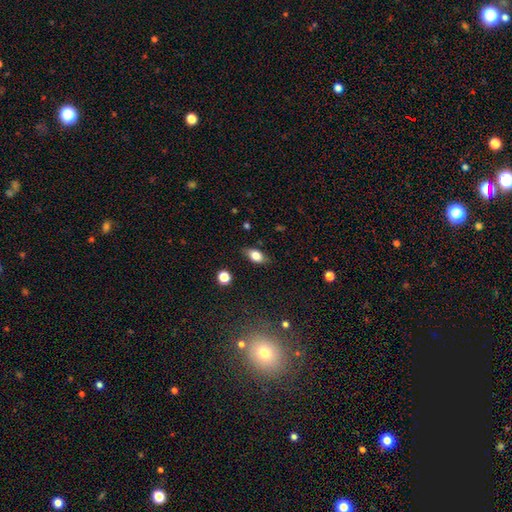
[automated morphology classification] This appears to be a smooth galaxy with no disk features (77%) that is in between round and cigar-shaped (84%). Merging: none (80%).